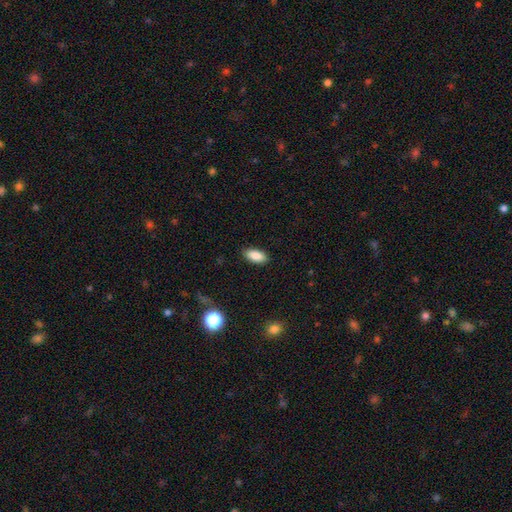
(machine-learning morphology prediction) Smooth or featured? smooth (87%)
How rounded? in between (90%)
Merging? none (89%)